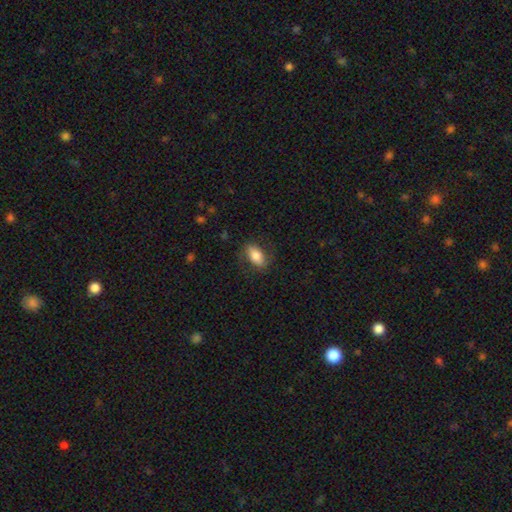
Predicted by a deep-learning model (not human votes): Smooth or featured? smooth (74%)
How rounded? in between (90%)
Merging? none (76%)